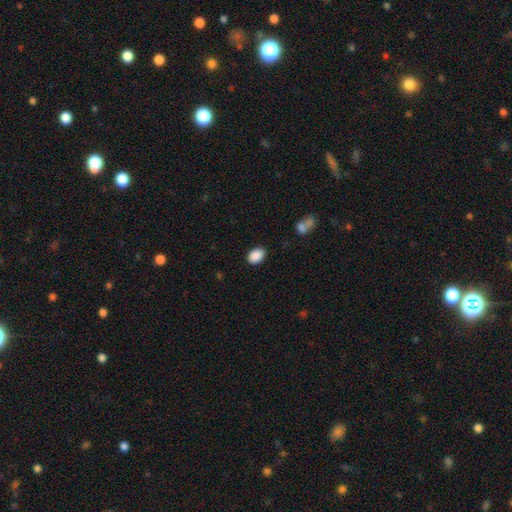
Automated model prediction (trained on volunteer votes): Smooth or featured? smooth (90%)
How rounded? in between (80%)
Merging? none (85%)